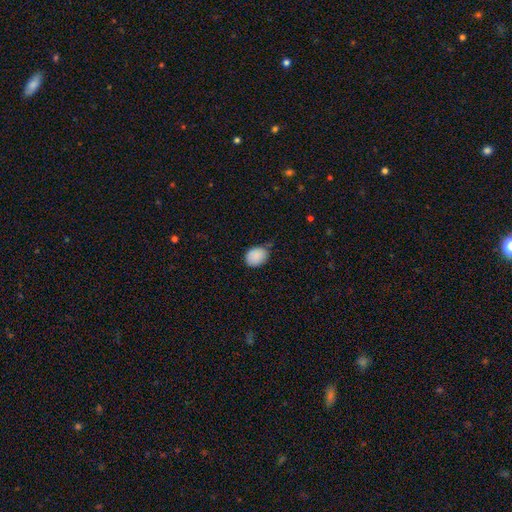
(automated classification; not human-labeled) Smooth or featured? Predicted: smooth (p=0.89). How rounded? Predicted: in between (p=0.59). Merging? Predicted: none (p=0.67).